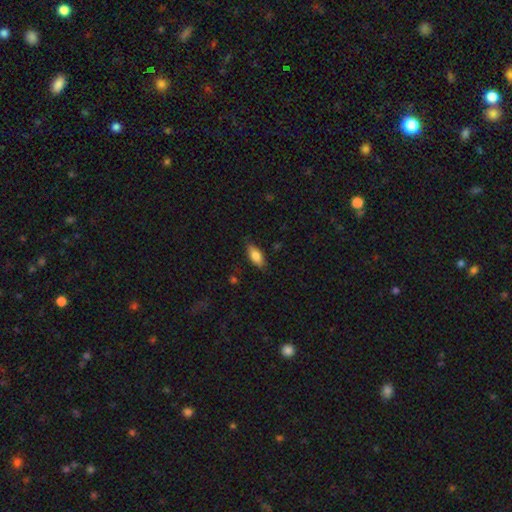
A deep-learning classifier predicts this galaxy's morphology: Smooth or featured?
  - smooth: 80% *
  - featured or disk: 13%
  - star or artifact: 7%
How rounded?
  - in between: 81% *
  - cigar-shaped: 17%
  - round: 2%
Merging?
  - none: 83% *
  - minor disturbance: 13%
  - major disturbance: 3%
  - merger: 1%